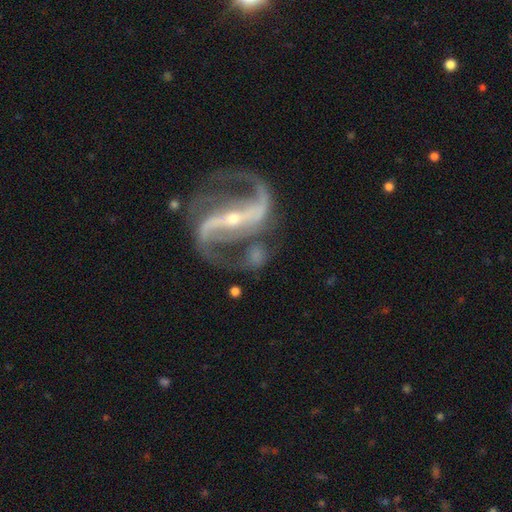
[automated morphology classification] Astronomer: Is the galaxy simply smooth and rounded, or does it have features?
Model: featured or disk — 87%.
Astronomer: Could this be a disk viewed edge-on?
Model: no — 95%.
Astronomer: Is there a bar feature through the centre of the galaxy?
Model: strong — 71%.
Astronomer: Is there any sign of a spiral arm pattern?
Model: yes — 93%.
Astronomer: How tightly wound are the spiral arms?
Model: loose — 43%, tied with medium at 43%.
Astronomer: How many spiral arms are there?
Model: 2 — 92%.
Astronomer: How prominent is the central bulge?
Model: small — 67%.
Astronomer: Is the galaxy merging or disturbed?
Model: none — 61%.